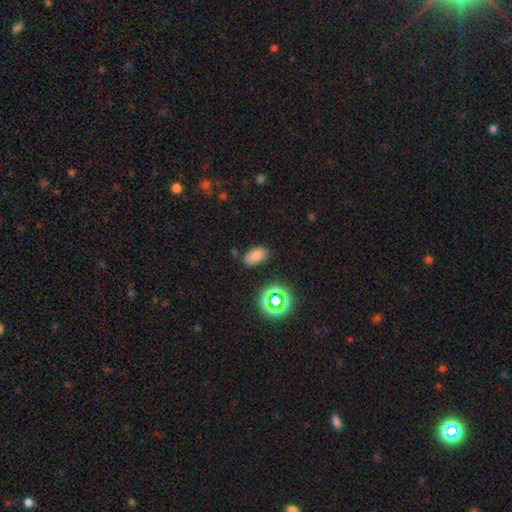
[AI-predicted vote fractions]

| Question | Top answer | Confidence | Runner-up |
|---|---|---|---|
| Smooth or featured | smooth | 73% | star or artifact (18%) |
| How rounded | in between | 92% | round (6%) |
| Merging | none | 79% | minor disturbance (14%) |